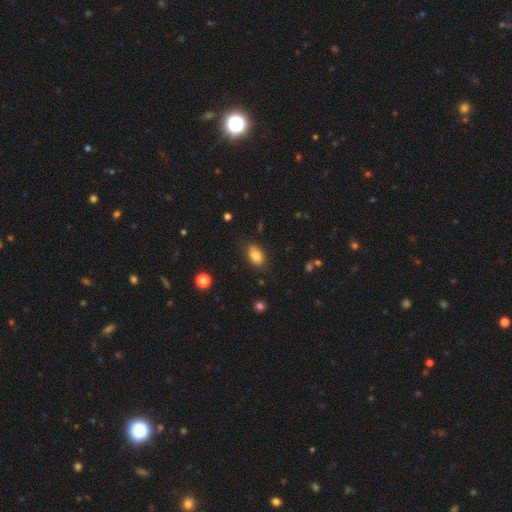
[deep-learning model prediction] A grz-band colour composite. It shows a smooth galaxy with no disk features (81%) that is in between round and cigar-shaped (87%). Merging: none (81%).